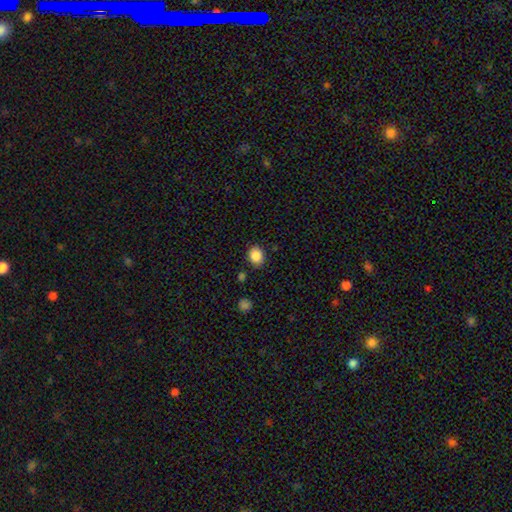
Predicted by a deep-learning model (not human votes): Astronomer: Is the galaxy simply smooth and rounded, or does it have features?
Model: smooth — 87%.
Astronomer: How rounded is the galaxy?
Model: round — 59% (runner-up: in between, 41%).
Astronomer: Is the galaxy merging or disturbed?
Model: none — 84%.